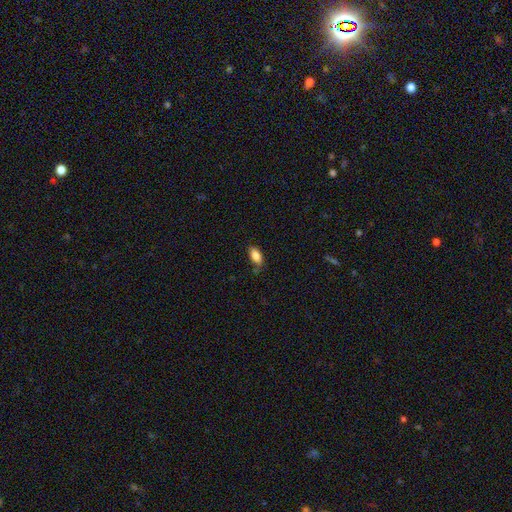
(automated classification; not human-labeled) The model was most divided on "merging": none: 78%, minor disturbance: 16%, major disturbance: 3%, merger: 2%. More confident: how rounded — in between (90%); smooth or featured — smooth (86%).